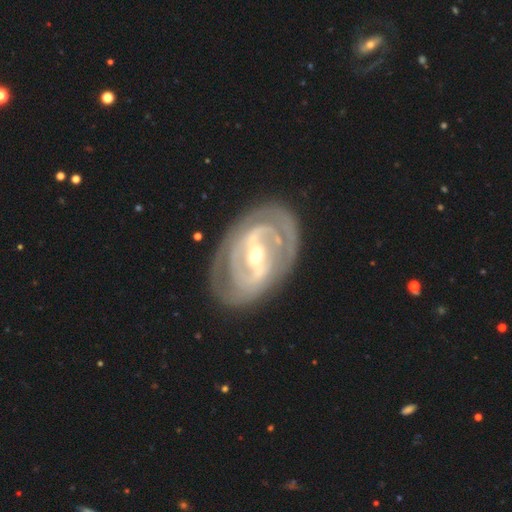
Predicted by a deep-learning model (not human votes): Overall: featured or disk (87%). Edge-on disk: no (95%). Bar: strong (60%; weak 29%). Spiral arms: yes (87%). Spiral arm count: 2 (53%; can't tell 23%). Spiral winding: tight (62%; medium 30%). Bulge size: small (50%; moderate 46%). Merging: none (79%).